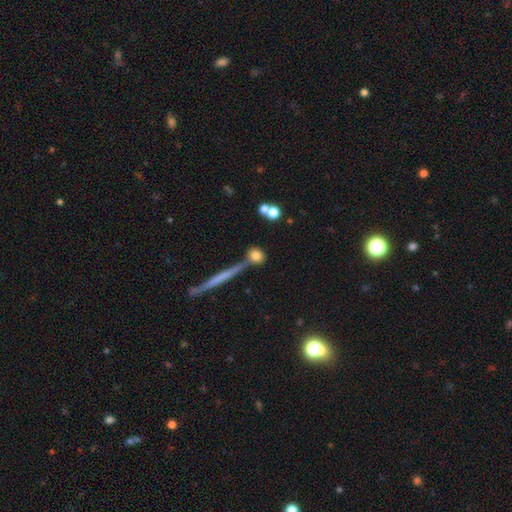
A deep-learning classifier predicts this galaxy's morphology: Overall: smooth (76%). How rounded: round (78%). Merging: none (65%).